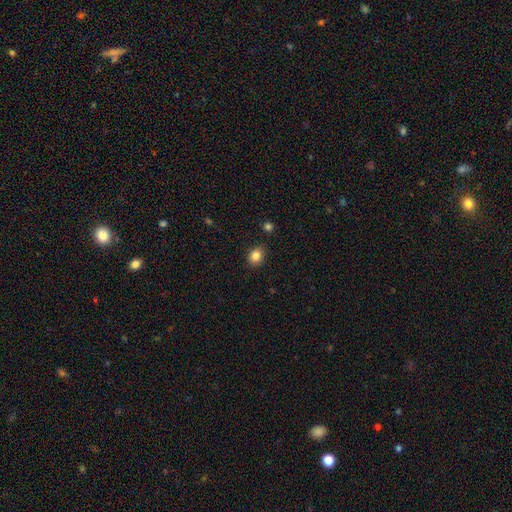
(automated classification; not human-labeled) The model was most divided on "how rounded": round: 50%, in between: 49%, cigar-shaped: 1%. More confident: merging — none (87%); smooth or featured — smooth (84%).